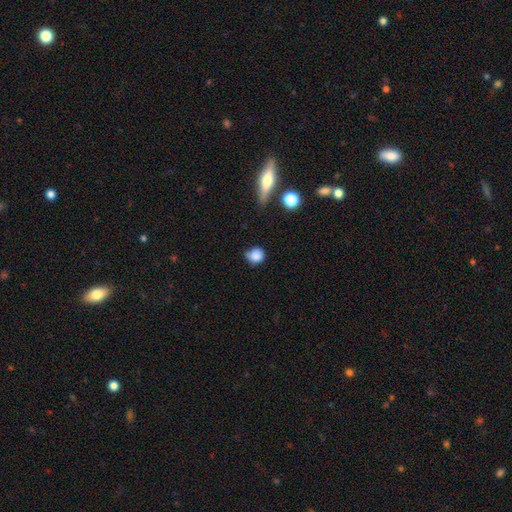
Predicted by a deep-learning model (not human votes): The model was most divided on "merging": none: 55%, minor disturbance: 33%, major disturbance: 8%, merger: 4%. More confident: smooth or featured — smooth (84%); how rounded — round (76%).